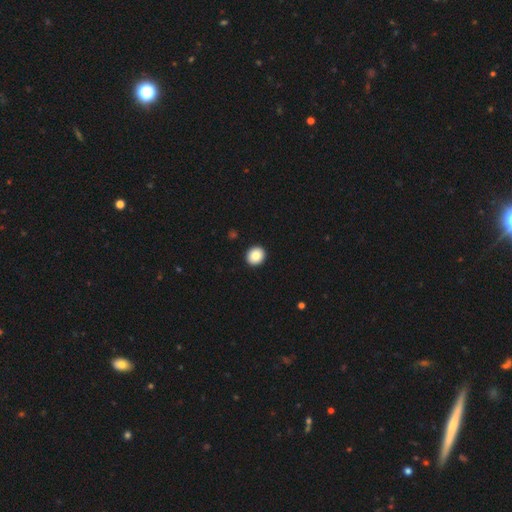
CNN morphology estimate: Smooth or featured? smooth (85%)
How rounded? round (83%)
Merging? none (93%)